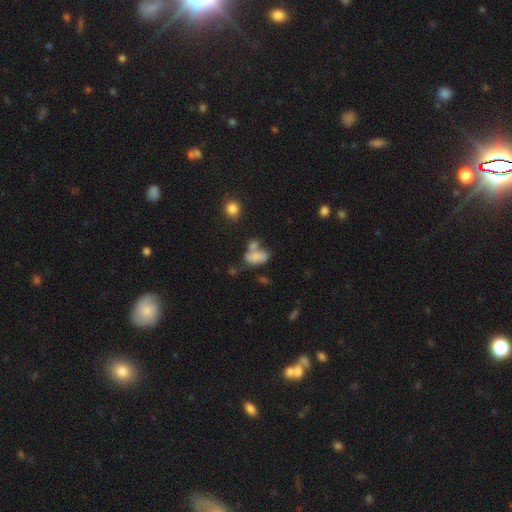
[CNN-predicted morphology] Smooth or featured? Predicted: smooth (p=0.68). How rounded? Predicted: in between (p=0.87). Merging? Predicted: merger (p=0.45).